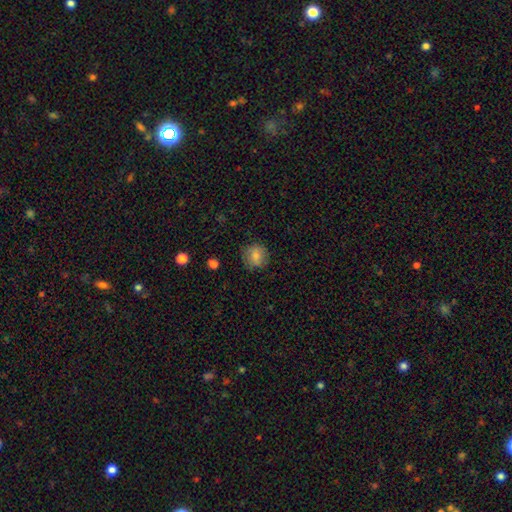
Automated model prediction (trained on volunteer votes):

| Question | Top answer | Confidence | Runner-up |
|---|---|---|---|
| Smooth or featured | smooth | 78% | featured or disk (12%) |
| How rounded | round | 84% | in between (14%) |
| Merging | none | 79% | minor disturbance (15%) |